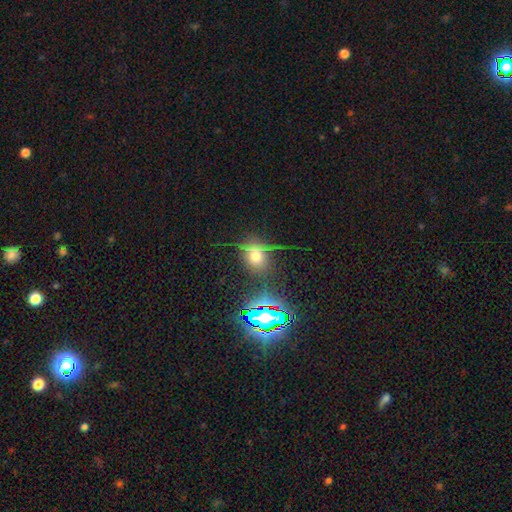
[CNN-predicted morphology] type=smooth (52%); roundness=round (55%); merging=none (63%).